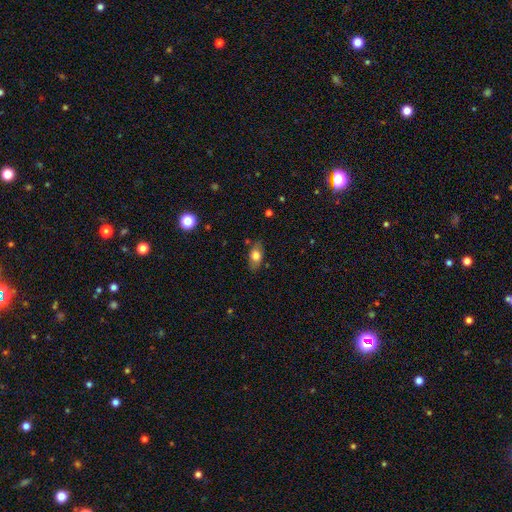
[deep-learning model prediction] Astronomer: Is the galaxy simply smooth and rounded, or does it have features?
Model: smooth — 72%.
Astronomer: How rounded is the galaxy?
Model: in between — 85%.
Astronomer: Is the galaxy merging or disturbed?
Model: none — 80%.